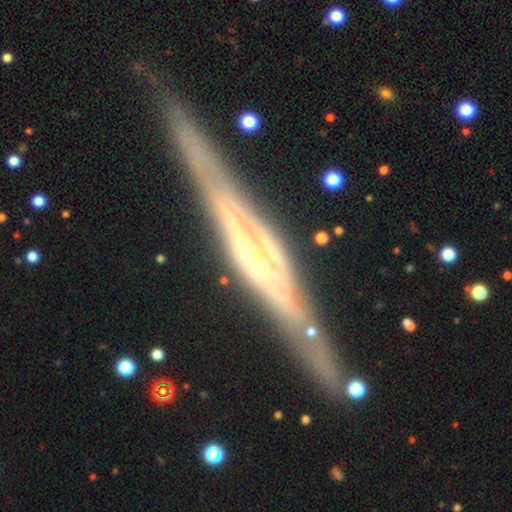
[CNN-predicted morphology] Smooth or featured? Predicted: featured or disk (p=0.84). Edge-on disk? Predicted: yes (p=0.95). Edge-on bulge? Predicted: rounded (p=0.43). Merging? Predicted: none (p=0.83).